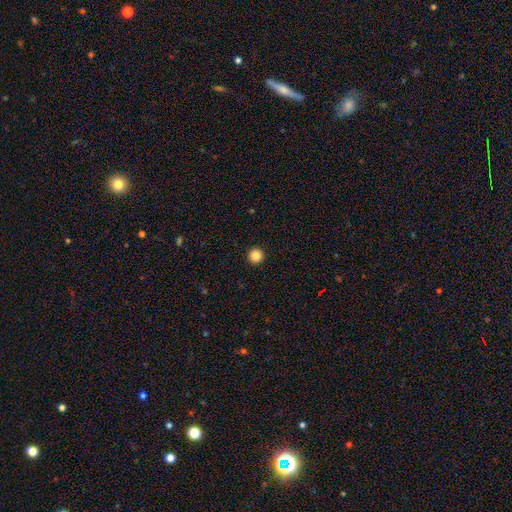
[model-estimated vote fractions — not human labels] This appears to be a smooth galaxy with no disk features (86%) that is round (97%). Merging: none (94%).